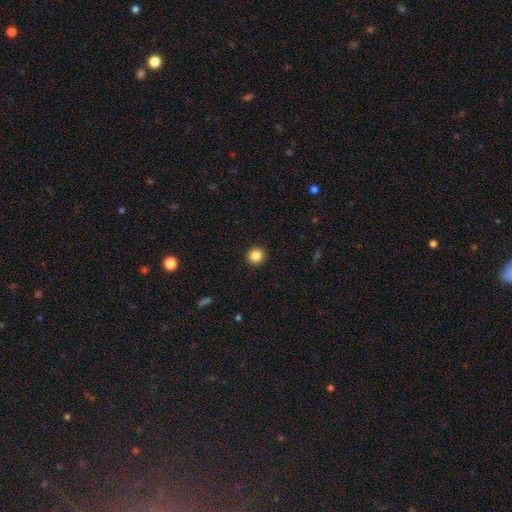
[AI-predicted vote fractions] Smooth or featured: smooth — 86% (star or artifact — 10%)
How rounded: round — 95% (in between — 4%)
Merging: none — 93% (minor disturbance — 4%)